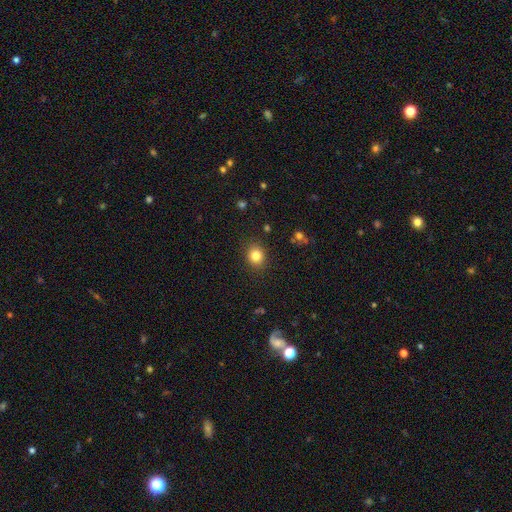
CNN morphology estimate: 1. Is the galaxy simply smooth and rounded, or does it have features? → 83% smooth, 11% star or artifact, 6% featured or disk.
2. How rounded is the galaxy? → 73% round, 26% in between, 1% cigar-shaped.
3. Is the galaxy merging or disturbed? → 87% none, 9% minor disturbance, 3% major disturbance, 1% merger.